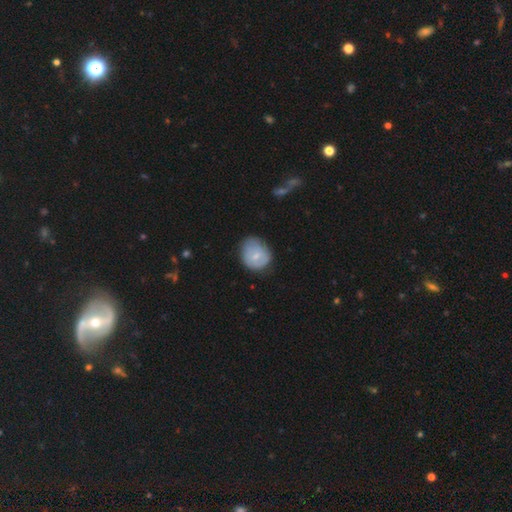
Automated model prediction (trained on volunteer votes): smooth_or_featured: smooth (p=0.66) [alt: featured or disk p=0.27]
how_rounded: round (p=0.65) [alt: in between p=0.34]
merging: none (p=0.58) [alt: minor disturbance p=0.31]